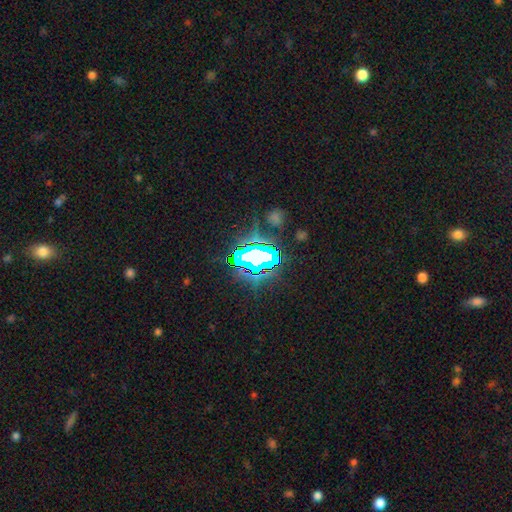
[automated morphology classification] Smooth or featured?
  - star or artifact: 69% *
  - smooth: 17%
  - featured or disk: 14%